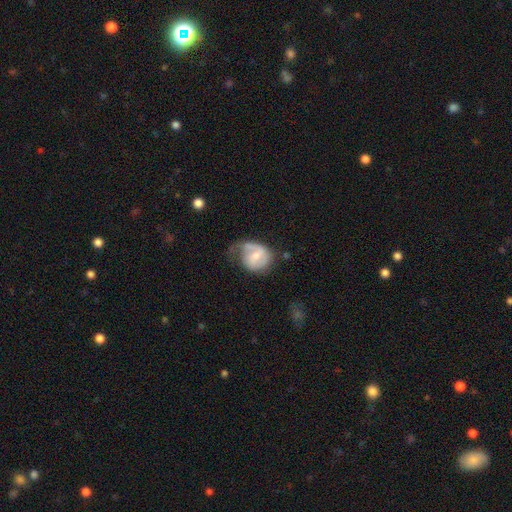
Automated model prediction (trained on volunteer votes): A featured or disk galaxy (63%) with a weak bar (48%), 2 (46%) medium (41%) spiral arms (84%) and a moderate central bulge (46%).

Vote fractions:
- Smooth or featured? featured or disk: 63% / smooth: 31% / star or artifact: 6%
- Edge-on disk? no: 97% / yes: 3%
- Bar? weak: 48% / no: 39% / strong: 13%
- Spiral arms? yes: 84% / no: 16%
- Spiral winding? medium: 41% / loose: 32% / tight: 28%
- Spiral arm count? 2: 46% / 1: 39% / can't tell: 11% / 3: 2% / 4: 1% / more than 4: 1%
- Bulge size? moderate: 46% / small: 44% / none: 6% / large: 3% / dominant: 1%
- Merging? none: 36% / minor disturbance: 31% / major disturbance: 30% / merger: 3%